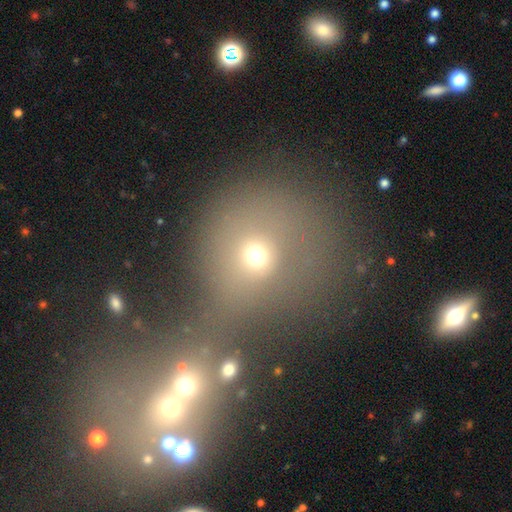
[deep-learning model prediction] Morphology: type=smooth (66%); roundness=round (70%); merging=merger (43%).